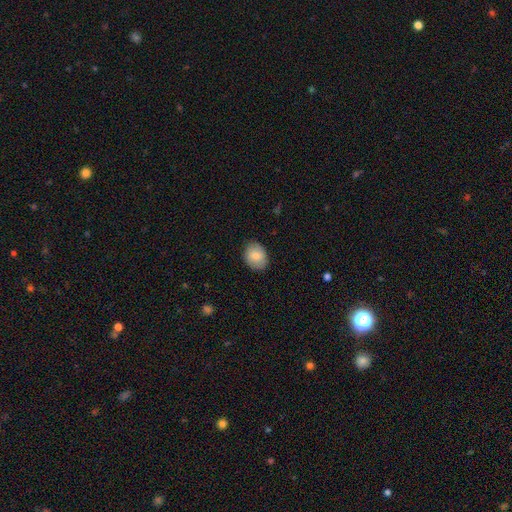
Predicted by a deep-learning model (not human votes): Morphology: type=smooth (81%); roundness=in between (52%); merging=none (86%).